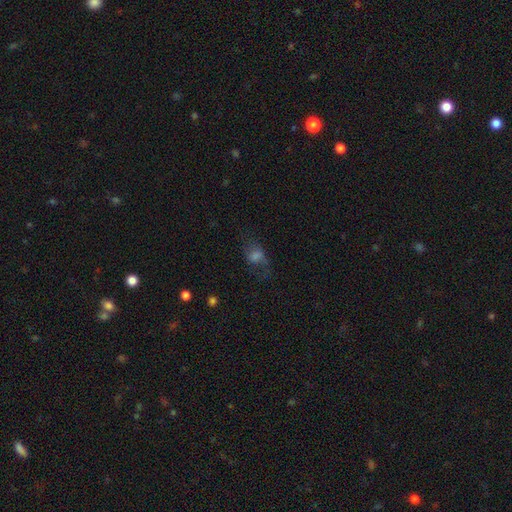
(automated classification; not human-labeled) Smooth or featured?
  - smooth: 49% *
  - featured or disk: 31%
  - star or artifact: 20%
Merging?
  - none: 51% *
  - major disturbance: 26%
  - minor disturbance: 21%
  - merger: 2%